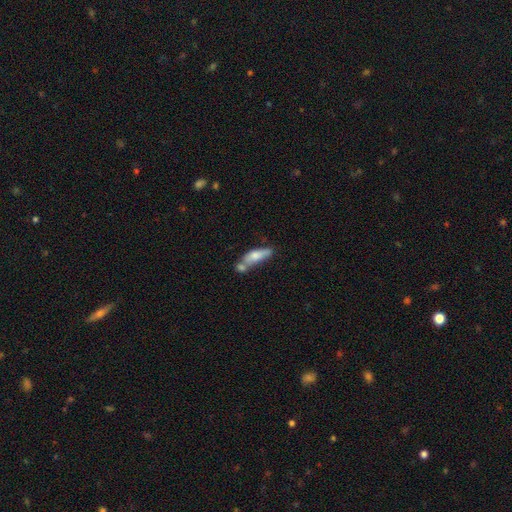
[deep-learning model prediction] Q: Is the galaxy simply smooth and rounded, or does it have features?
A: smooth — 66%.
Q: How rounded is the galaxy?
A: in between — 50%.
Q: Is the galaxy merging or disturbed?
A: merger — 43%.